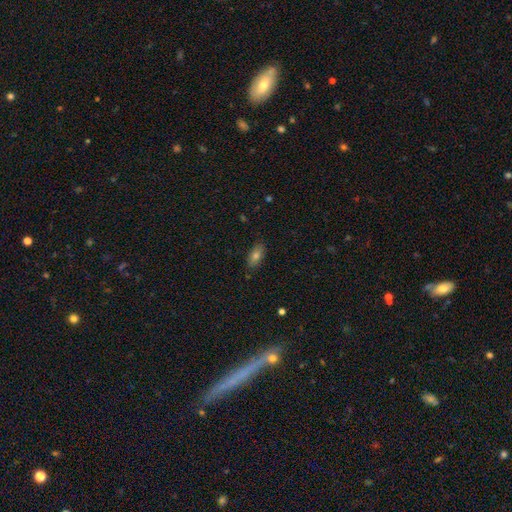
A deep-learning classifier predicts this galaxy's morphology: Smooth or featured?
  - smooth: 74% *
  - featured or disk: 14%
  - star or artifact: 12%
How rounded?
  - in between: 86% *
  - cigar-shaped: 9%
  - round: 6%
Merging?
  - none: 85% *
  - minor disturbance: 12%
  - major disturbance: 2%
  - merger: 1%